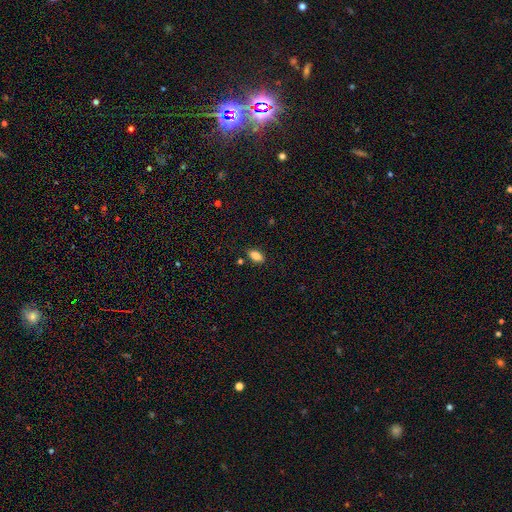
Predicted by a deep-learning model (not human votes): smooth-or-featured: smooth: 85% | star or artifact: 9% | featured or disk: 7%
  how-rounded: in between: 90% | cigar-shaped: 5% | round: 4%
  merging: none: 84% | minor disturbance: 10% | merger: 4% | major disturbance: 2%